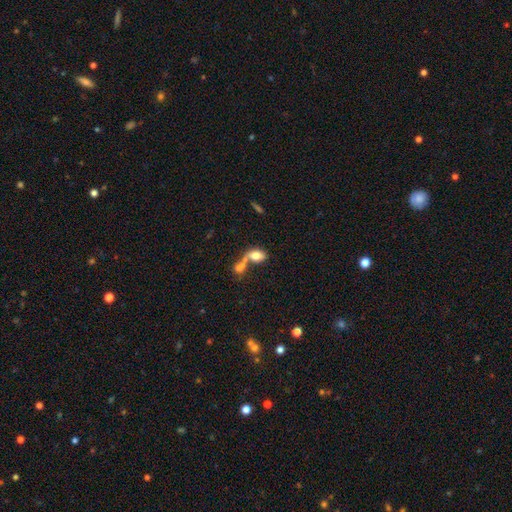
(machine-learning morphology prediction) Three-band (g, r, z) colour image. It shows a smooth galaxy with no disk features (75%) that is in between round and cigar-shaped (84%). Merging: merger (61%).